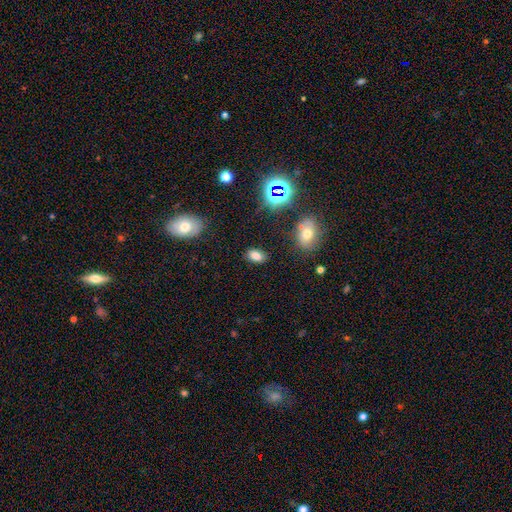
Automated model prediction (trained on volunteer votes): Smooth or featured?
  - smooth: 76% *
  - star or artifact: 17%
  - featured or disk: 8%
How rounded?
  - in between: 87% *
  - round: 11%
  - cigar-shaped: 2%
Merging?
  - none: 84% *
  - minor disturbance: 10%
  - major disturbance: 3%
  - merger: 2%